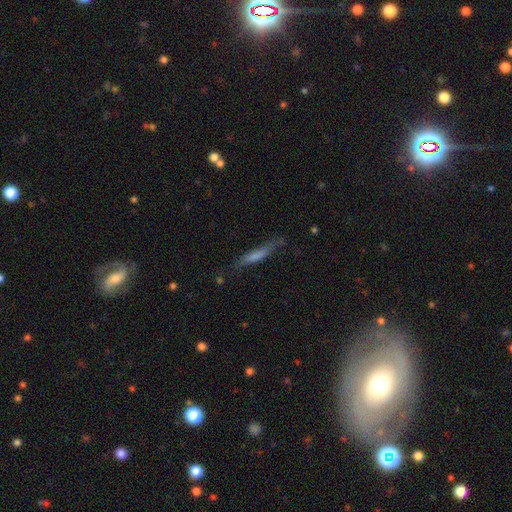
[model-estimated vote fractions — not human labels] Smooth or featured? smooth (50%)
How rounded? cigar-shaped (92%)
Merging? none (72%)